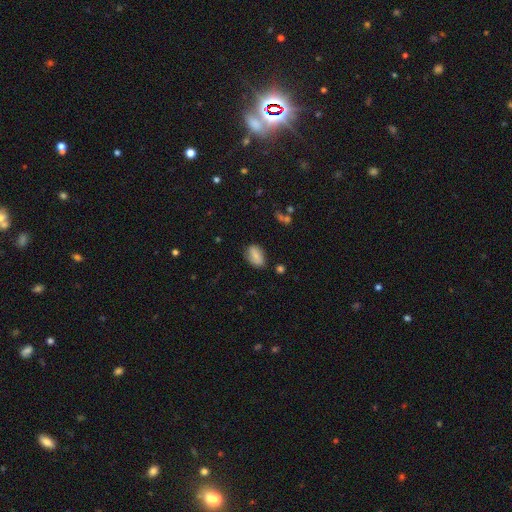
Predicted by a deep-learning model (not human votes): Overall: smooth (72%). How rounded: in between (88%). Merging: none (73%).